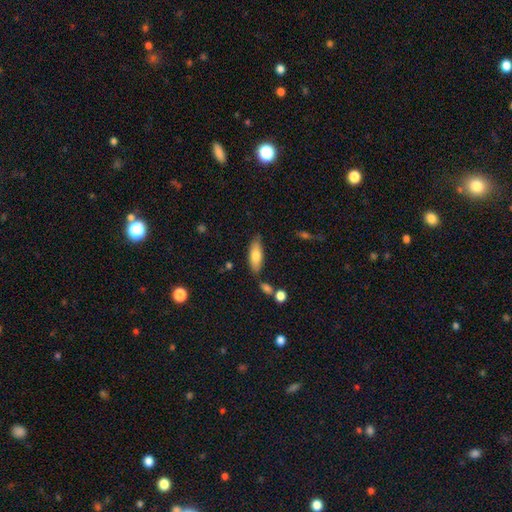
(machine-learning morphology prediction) smooth 74%, featured or disk 20%, star or artifact 6%. Down the decision tree: how rounded — in between (68%); merging — none (76%).